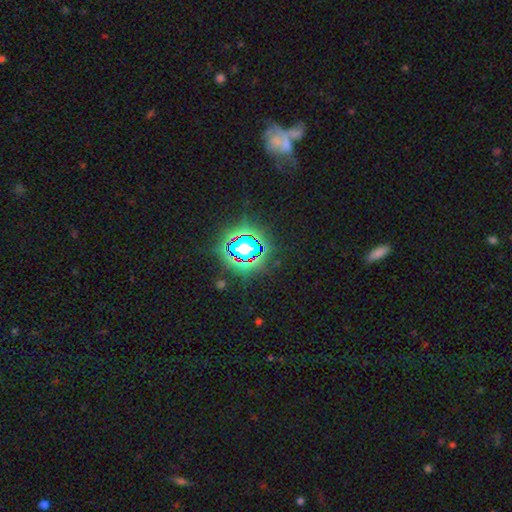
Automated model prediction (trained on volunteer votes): A star or artifact, not a galaxy (79%).

Vote fractions:
- Smooth or featured? star or artifact: 79% / smooth: 13% / featured or disk: 8%